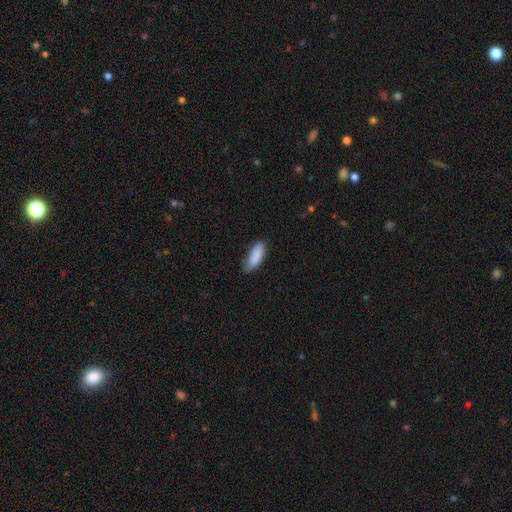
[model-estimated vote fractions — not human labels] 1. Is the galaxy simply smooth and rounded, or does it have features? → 88% smooth, 6% star or artifact, 6% featured or disk.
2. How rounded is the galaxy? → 76% in between, 23% cigar-shaped, 2% round.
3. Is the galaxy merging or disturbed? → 71% none, 23% minor disturbance, 4% major disturbance, 1% merger.